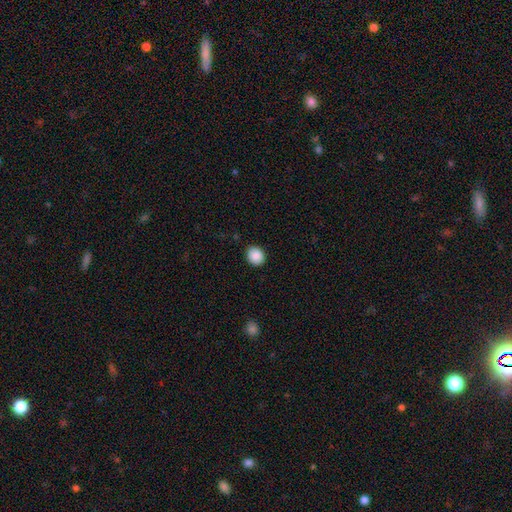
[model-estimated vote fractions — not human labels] Smooth or featured: smooth — 87% (star or artifact — 8%)
How rounded: round — 72% (in between — 27%)
Merging: none — 90% (minor disturbance — 7%)